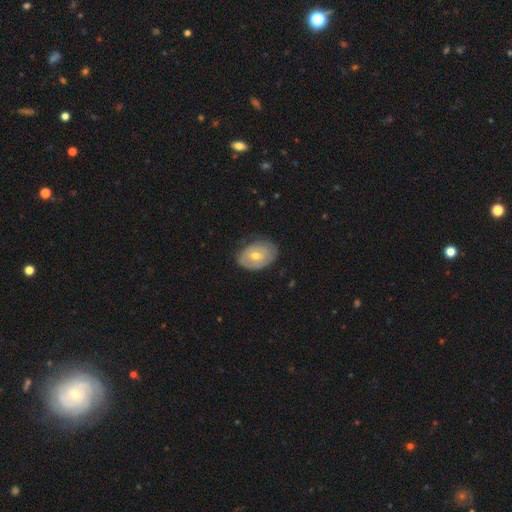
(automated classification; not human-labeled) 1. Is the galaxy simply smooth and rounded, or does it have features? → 47% smooth, 46% featured or disk, 7% star or artifact.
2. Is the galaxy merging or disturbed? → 72% none, 21% minor disturbance, 6% major disturbance, 1% merger.